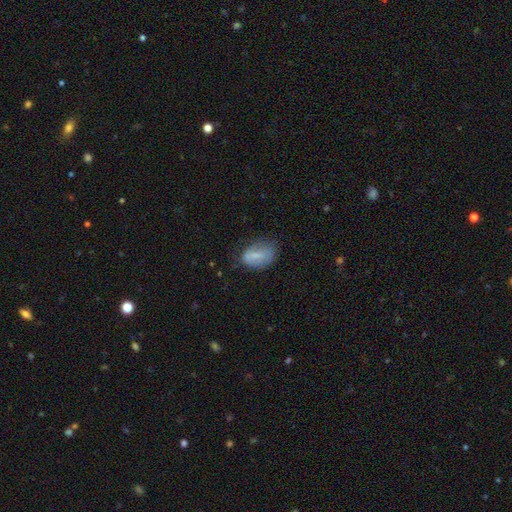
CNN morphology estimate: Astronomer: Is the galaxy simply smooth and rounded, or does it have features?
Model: smooth — 66%.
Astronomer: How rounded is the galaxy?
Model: in between — 88%.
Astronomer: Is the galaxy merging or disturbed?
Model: none — 55%.